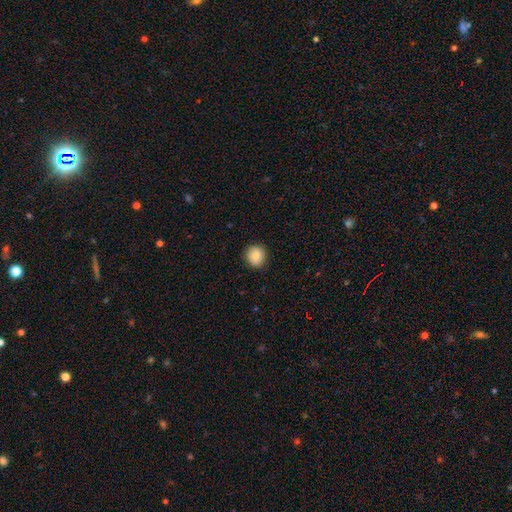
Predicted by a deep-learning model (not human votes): This appears to be a smooth galaxy with no disk features (85%) that is round (82%). Merging: none (88%).